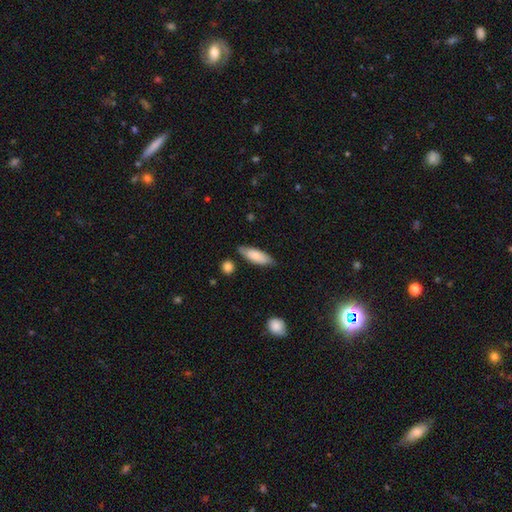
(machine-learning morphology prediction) Smooth or featured: smooth — 78% (featured or disk — 16%)
How rounded: in between — 64% (cigar-shaped — 35%)
Merging: none — 75% (minor disturbance — 18%)